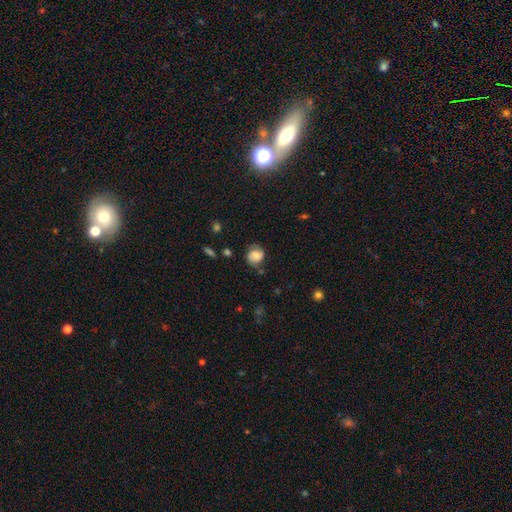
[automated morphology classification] type=smooth (66%); roundness=round (78%); merging=none (68%).